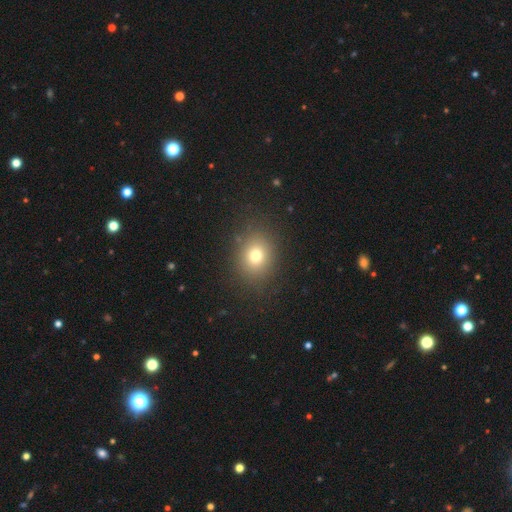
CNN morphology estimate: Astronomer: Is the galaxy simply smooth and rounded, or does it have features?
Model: smooth — 74%.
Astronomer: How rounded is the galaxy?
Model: round — 68%.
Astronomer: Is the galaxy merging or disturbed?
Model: none — 86%.